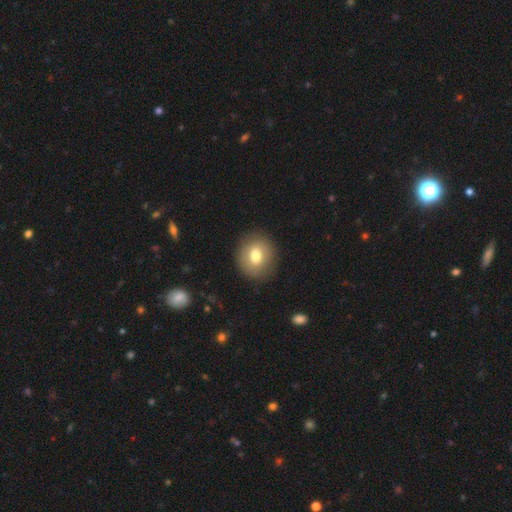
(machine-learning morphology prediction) smooth-or-featured: smooth: 73% | featured or disk: 18% | star or artifact: 9%
  how-rounded: round: 78% | in between: 21% | cigar-shaped: 1%
  merging: none: 87% | minor disturbance: 9% | major disturbance: 3% | merger: 1%